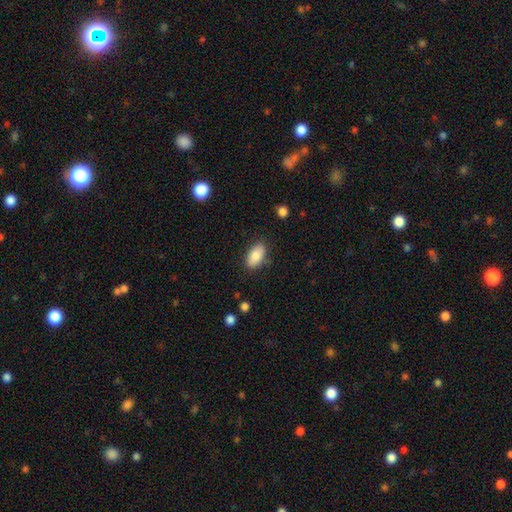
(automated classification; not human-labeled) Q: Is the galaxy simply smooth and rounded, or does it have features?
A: smooth — 86%.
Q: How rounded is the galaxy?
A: in between — 92%.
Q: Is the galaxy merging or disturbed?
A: none — 83%.